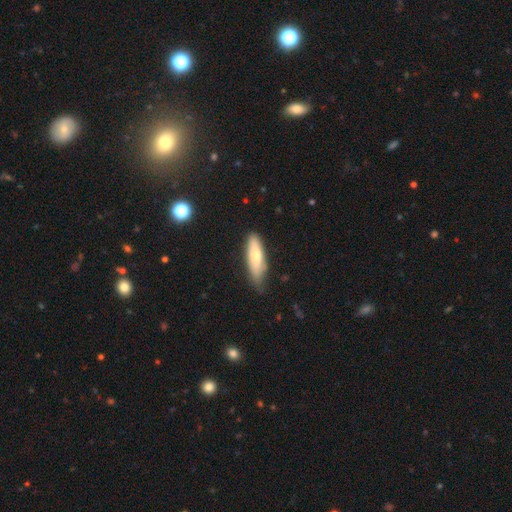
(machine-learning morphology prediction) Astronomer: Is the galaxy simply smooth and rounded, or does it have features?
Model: smooth — 72%.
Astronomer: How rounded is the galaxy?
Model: cigar-shaped — 53% (runner-up: in between, 45%).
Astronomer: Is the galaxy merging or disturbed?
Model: none — 65%.